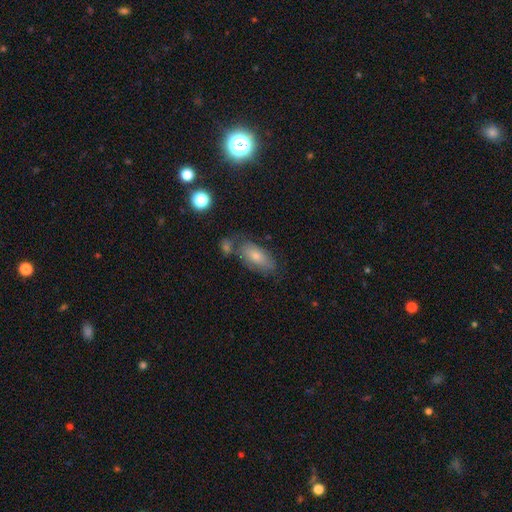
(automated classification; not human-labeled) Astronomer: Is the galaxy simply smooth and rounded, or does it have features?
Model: smooth — 60%.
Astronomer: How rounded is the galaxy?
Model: in between — 86%.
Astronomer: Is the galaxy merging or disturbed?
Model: none — 63%.